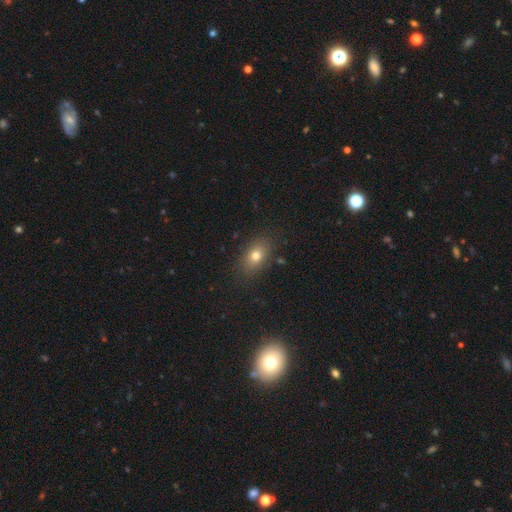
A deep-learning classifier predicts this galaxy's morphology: The model was most divided on "smooth or featured": smooth: 75%, featured or disk: 13%, star or artifact: 11%. More confident: merging — none (84%); how rounded — in between (80%).